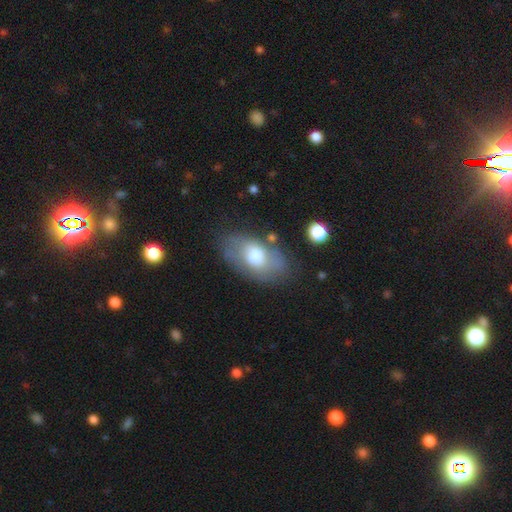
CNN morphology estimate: Smooth or featured? Predicted: smooth (p=0.64). How rounded? Predicted: in between (p=0.92). Merging? Predicted: none (p=0.67).